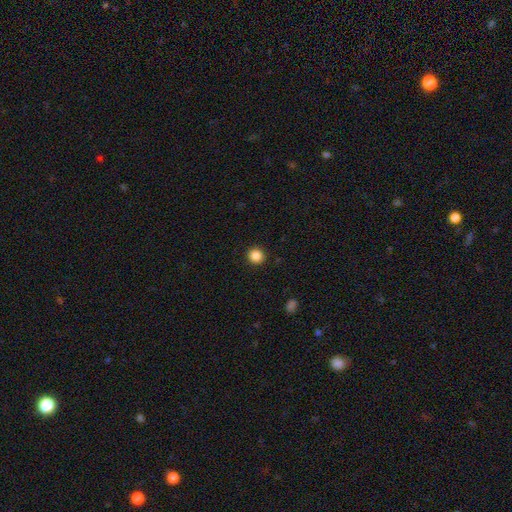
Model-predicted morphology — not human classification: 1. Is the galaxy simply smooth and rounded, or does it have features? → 86% smooth, 11% star or artifact, 4% featured or disk.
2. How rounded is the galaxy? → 93% round, 6% in between, 1% cigar-shaped.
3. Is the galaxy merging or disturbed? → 93% none, 5% minor disturbance, 2% major disturbance, 1% merger.